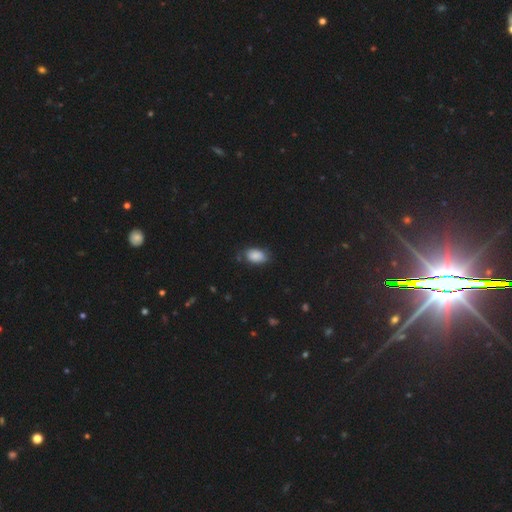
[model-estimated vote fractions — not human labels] Smooth or featured: smooth — 85% (star or artifact — 8%)
How rounded: in between — 91% (round — 7%)
Merging: none — 71% (minor disturbance — 22%)